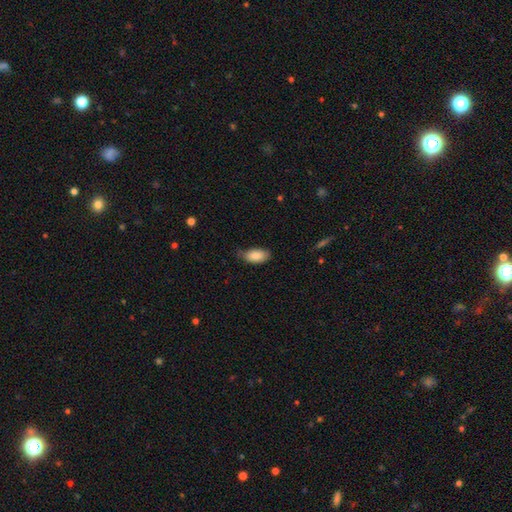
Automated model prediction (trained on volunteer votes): Q: Smooth or featured?
A: smooth (85%); runner-up: featured or disk (8%)
Q: How rounded?
A: in between (93%); runner-up: cigar-shaped (5%)
Q: Merging?
A: none (65%); runner-up: minor disturbance (29%)